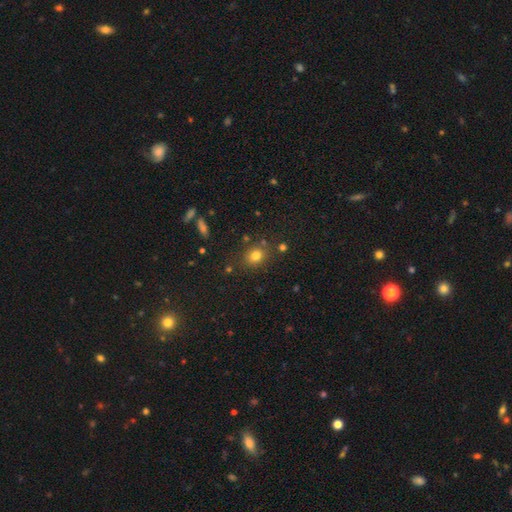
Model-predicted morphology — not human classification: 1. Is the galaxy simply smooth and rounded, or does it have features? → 77% smooth, 16% star or artifact, 8% featured or disk.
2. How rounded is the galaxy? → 62% round, 37% in between, 1% cigar-shaped.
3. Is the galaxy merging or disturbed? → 79% none, 11% minor disturbance, 5% merger, 4% major disturbance.